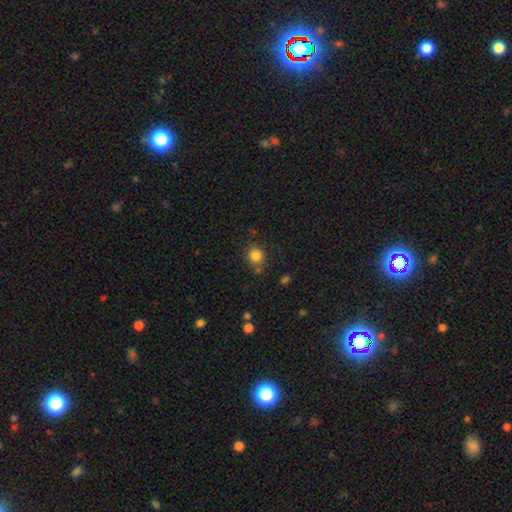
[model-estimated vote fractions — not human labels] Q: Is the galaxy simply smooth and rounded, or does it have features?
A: smooth — 83%.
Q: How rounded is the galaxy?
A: round — 80%.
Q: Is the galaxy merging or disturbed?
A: none — 78%.